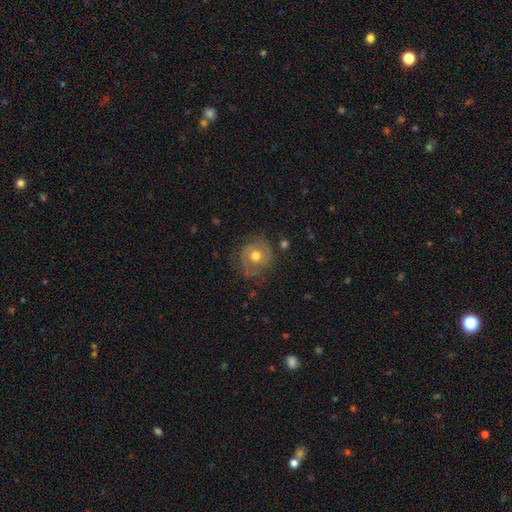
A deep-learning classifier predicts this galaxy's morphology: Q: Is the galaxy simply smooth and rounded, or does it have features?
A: featured or disk — 56%.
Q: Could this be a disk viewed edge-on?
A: no — 97%.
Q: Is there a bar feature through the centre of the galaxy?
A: no — 77%.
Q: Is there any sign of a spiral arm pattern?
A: yes — 69%.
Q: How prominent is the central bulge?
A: moderate — 77%.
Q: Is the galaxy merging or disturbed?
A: none — 72%.